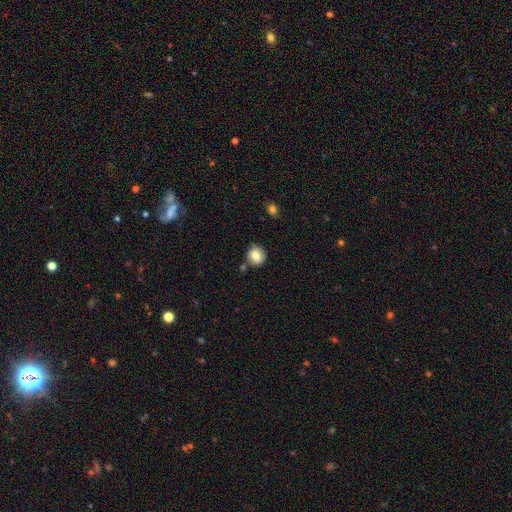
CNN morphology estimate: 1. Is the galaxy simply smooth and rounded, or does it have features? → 80% smooth, 11% featured or disk, 9% star or artifact.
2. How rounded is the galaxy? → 89% round, 10% in between, 1% cigar-shaped.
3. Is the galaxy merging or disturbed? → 76% none, 14% minor disturbance, 7% merger, 3% major disturbance.